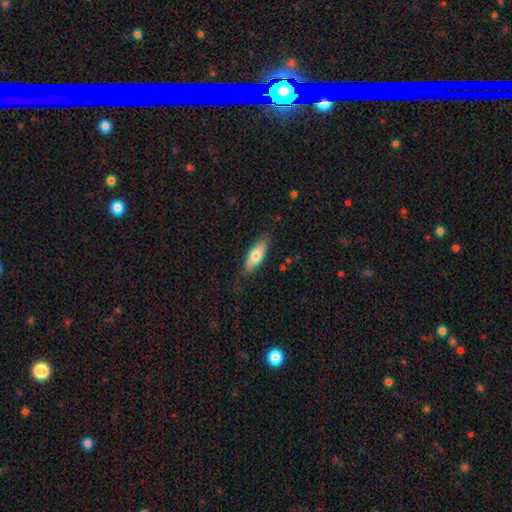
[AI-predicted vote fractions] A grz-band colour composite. It shows a smooth galaxy with no disk features (71%) that is in between round and cigar-shaped (72%). Merging: none (78%).